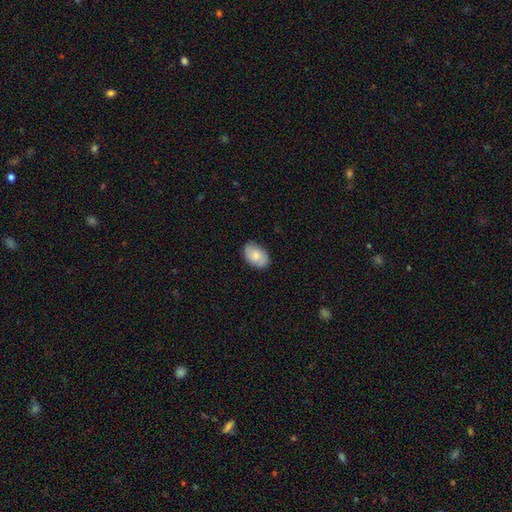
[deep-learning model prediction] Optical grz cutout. It shows a smooth galaxy with no disk features (74%) that is in between round and cigar-shaped (90%). Merging: none (82%).